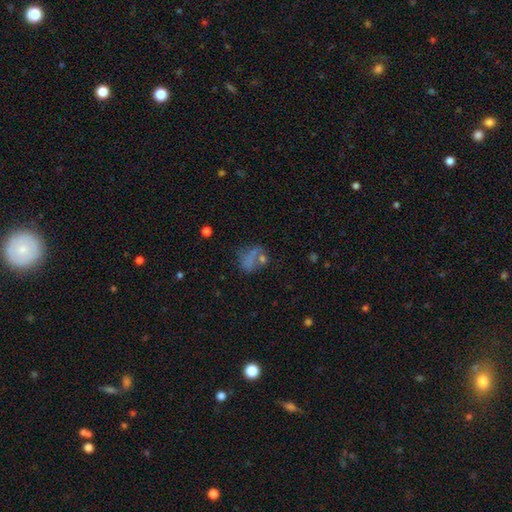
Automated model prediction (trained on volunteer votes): smooth-or-featured: smooth: 49% | featured or disk: 28% | star or artifact: 23%
  merging: none: 41% | major disturbance: 21% | merger: 20% | minor disturbance: 18%